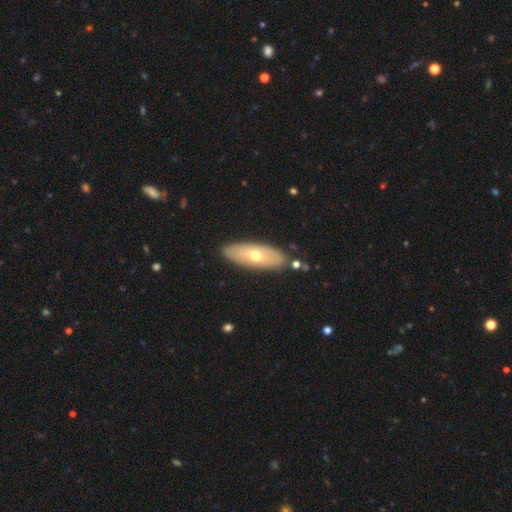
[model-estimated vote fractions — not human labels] The model was most divided on "smooth or featured": featured or disk: 49%, smooth: 45%, star or artifact: 6%. More confident: merging — none (86%).